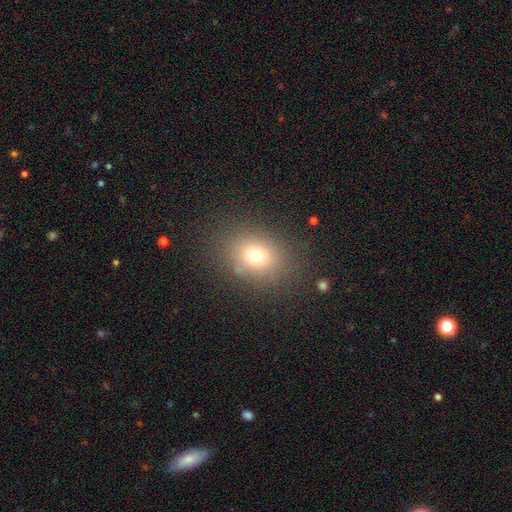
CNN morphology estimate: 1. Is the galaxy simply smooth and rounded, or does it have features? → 71% smooth, 17% star or artifact, 12% featured or disk.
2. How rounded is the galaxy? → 50% round, 49% in between, 1% cigar-shaped.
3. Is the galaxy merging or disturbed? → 82% none, 10% minor disturbance, 6% major disturbance, 2% merger.